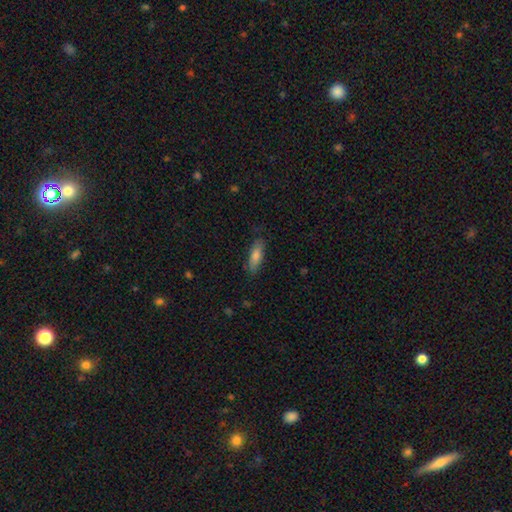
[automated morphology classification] A smooth galaxy with no disk features (74%) that is cigar-shaped (52%).

Vote fractions:
- Smooth or featured? smooth: 74% / featured or disk: 19% / star or artifact: 7%
- How rounded? cigar-shaped: 52% / in between: 45% / round: 2%
- Merging? none: 84% / minor disturbance: 13% / major disturbance: 2% / merger: 1%